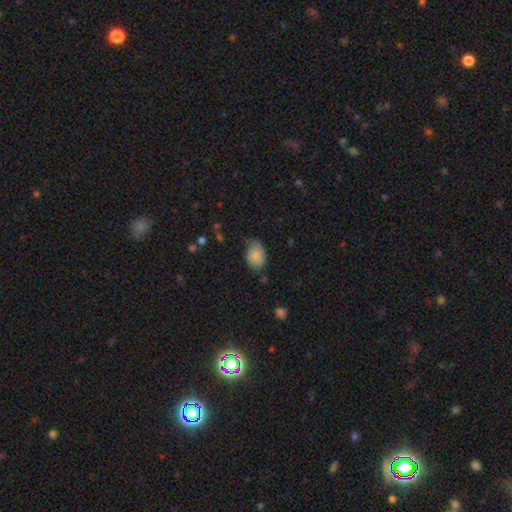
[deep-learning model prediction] smooth 77%, featured or disk 15%, star or artifact 8%. Down the decision tree: how rounded — in between (75%); merging — none (53%).